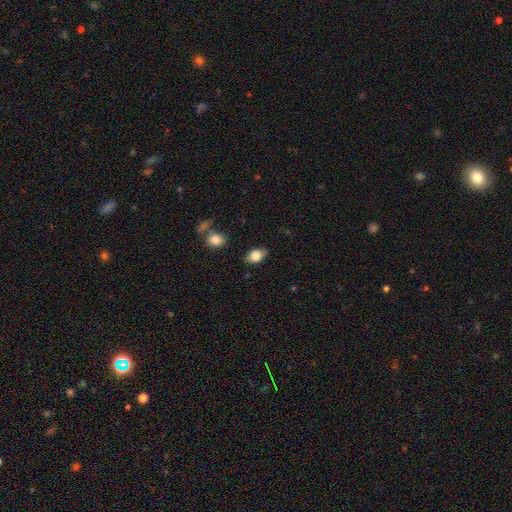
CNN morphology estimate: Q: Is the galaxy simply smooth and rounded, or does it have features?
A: smooth — 80%.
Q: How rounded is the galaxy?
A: in between — 84%.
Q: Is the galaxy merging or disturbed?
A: none — 83%.